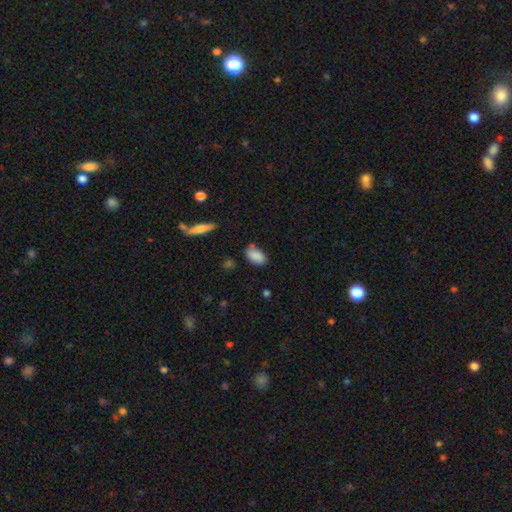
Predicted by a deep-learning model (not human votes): Smooth or featured?
  - smooth: 86% *
  - star or artifact: 8%
  - featured or disk: 6%
How rounded?
  - in between: 91% *
  - round: 6%
  - cigar-shaped: 3%
Merging?
  - none: 67% *
  - minor disturbance: 21%
  - merger: 7%
  - major disturbance: 5%